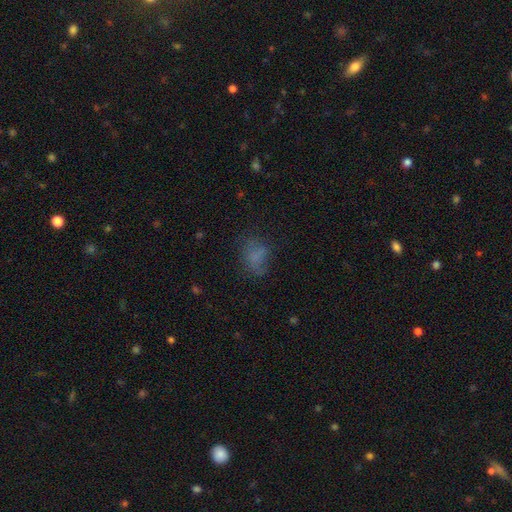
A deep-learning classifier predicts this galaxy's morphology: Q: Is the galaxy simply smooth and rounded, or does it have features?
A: smooth — 65%.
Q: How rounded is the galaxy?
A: in between — 70%.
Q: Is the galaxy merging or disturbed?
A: none — 54%.